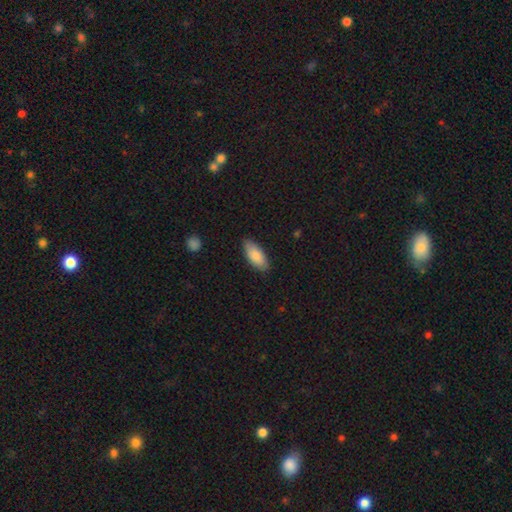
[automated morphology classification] This appears to be a smooth galaxy with no disk features (85%) that is in between round and cigar-shaped (86%). Merging: none (84%).